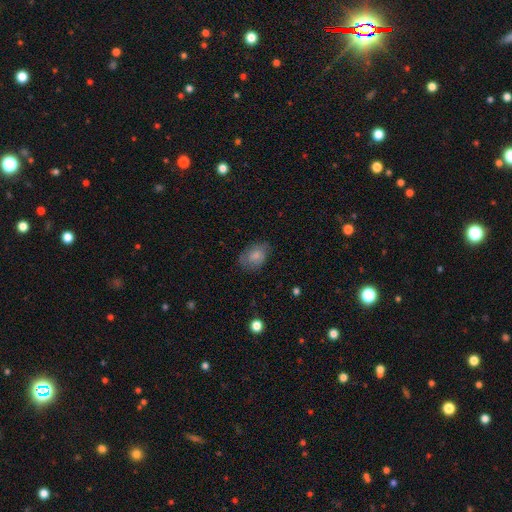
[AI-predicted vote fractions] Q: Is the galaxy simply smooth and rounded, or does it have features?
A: smooth — 70%.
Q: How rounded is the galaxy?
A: in between — 74%.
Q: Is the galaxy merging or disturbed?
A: none — 64%.